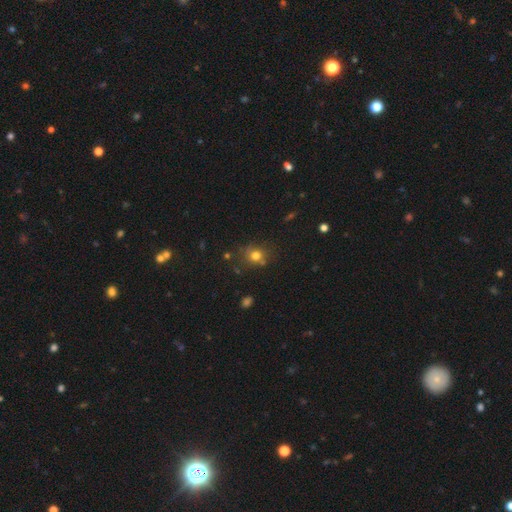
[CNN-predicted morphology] smooth-or-featured: smooth: 74% | star or artifact: 16% | featured or disk: 10%
  how-rounded: round: 78% | in between: 21% | cigar-shaped: 1%
  merging: none: 68% | minor disturbance: 17% | merger: 9% | major disturbance: 6%